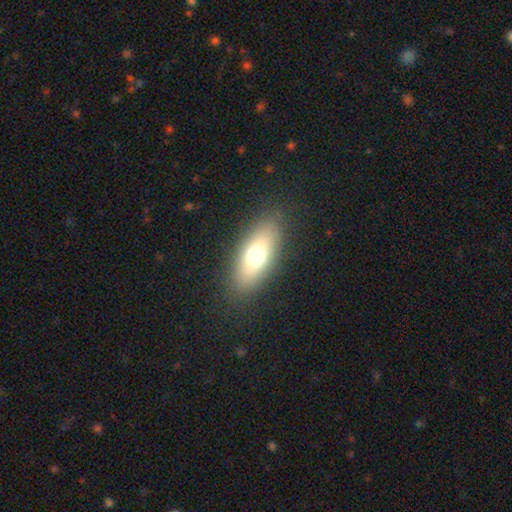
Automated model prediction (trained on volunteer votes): Smooth or featured? smooth (67%)
How rounded? in between (76%)
Merging? none (86%)